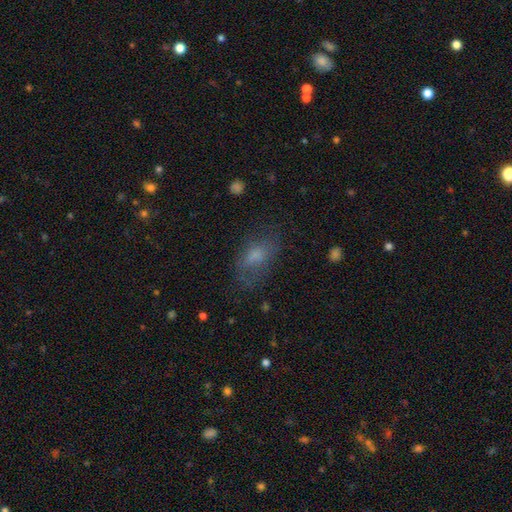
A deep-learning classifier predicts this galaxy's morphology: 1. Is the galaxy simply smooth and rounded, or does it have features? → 64% smooth, 24% featured or disk, 12% star or artifact.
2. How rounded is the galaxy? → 86% in between, 8% round, 5% cigar-shaped.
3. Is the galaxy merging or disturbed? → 57% none, 23% minor disturbance, 19% major disturbance, 2% merger.